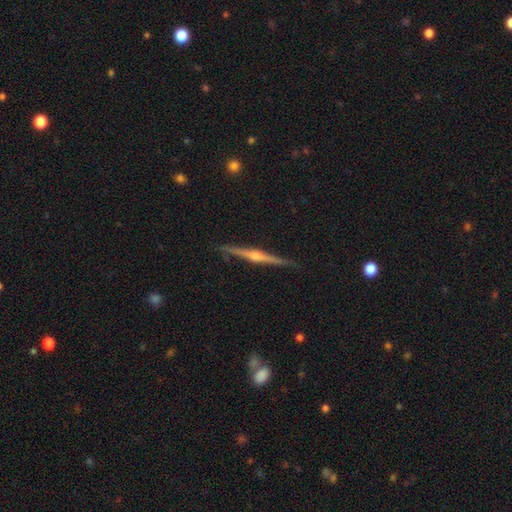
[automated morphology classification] This is clearly a featured or disk galaxy (83%). It is clearly viewed edge-on (98%). Edge-on bulge: clearly rounded (87%). Merging: clearly none (90%).